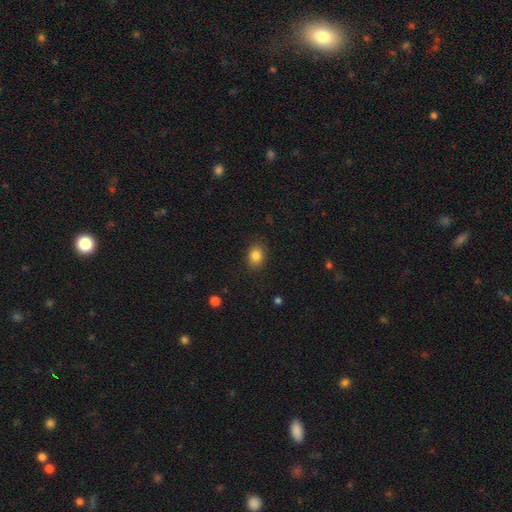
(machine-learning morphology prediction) Smooth or featured? Predicted: smooth (p=0.84). How rounded? Predicted: in between (p=0.60). Merging? Predicted: none (p=0.87).